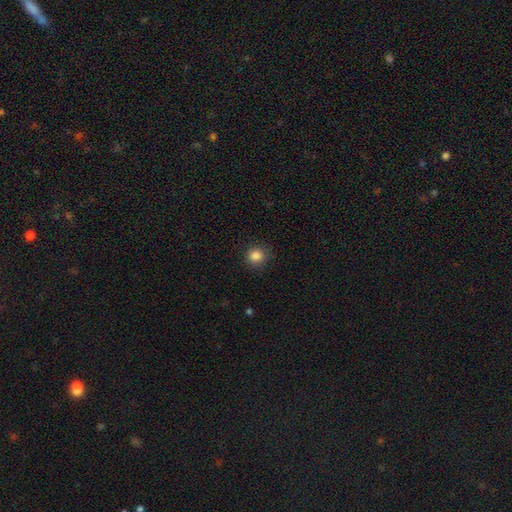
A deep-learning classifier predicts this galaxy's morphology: Smooth or featured? Predicted: smooth (p=0.86). How rounded? Predicted: round (p=0.88). Merging? Predicted: none (p=0.86).